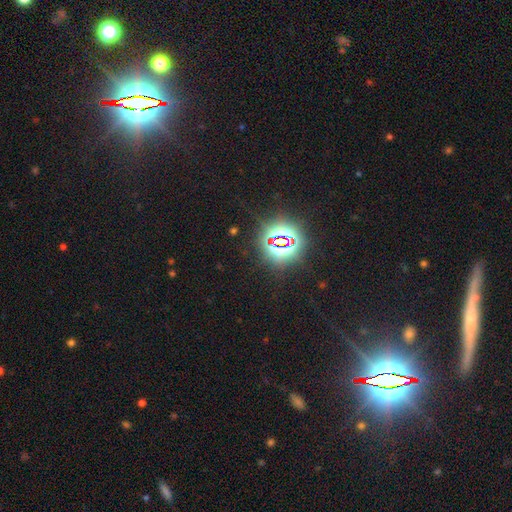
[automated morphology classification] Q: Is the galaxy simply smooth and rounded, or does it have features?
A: star or artifact — 81%.